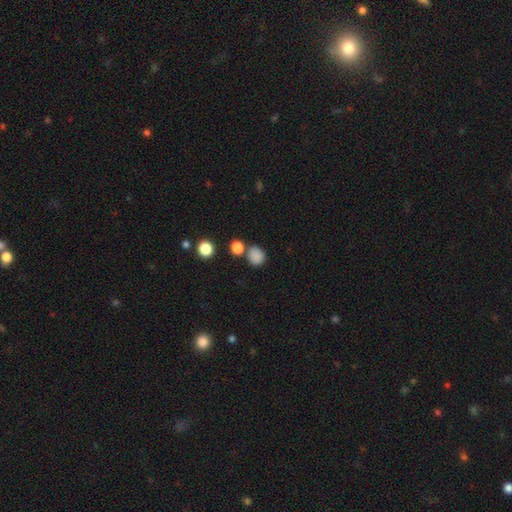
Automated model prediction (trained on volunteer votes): Smooth or featured? smooth (84%)
How rounded? round (76%)
Merging? none (73%)